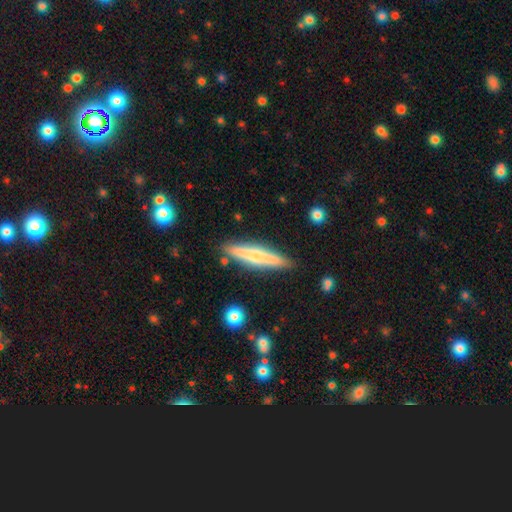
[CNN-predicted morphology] smooth 49%, featured or disk 45%, star or artifact 6%. Down the decision tree: merging — none (86%).